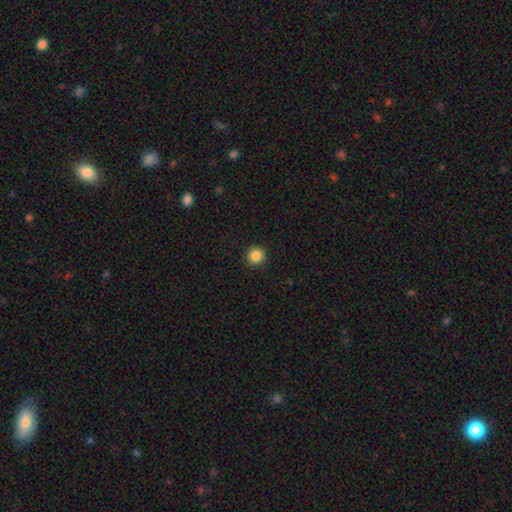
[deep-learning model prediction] This is clearly a smooth galaxy (85%). How rounded: clearly round (93%). Merging: clearly none (92%).